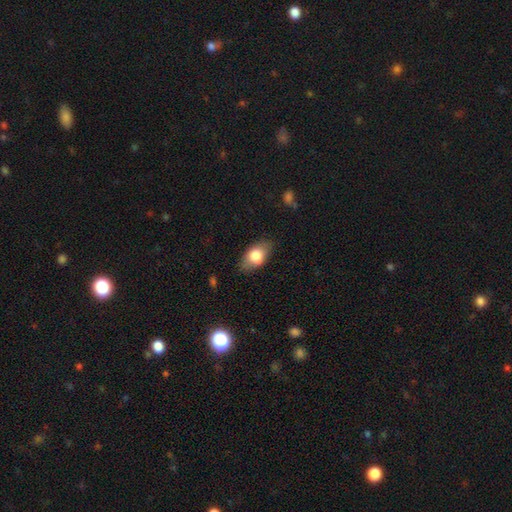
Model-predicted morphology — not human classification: A smooth galaxy with no disk features (75%) that is in between round and cigar-shaped (88%).

Vote fractions:
- Smooth or featured? smooth: 75% / featured or disk: 18% / star or artifact: 7%
- How rounded? in between: 88% / round: 9% / cigar-shaped: 3%
- Merging? none: 76% / minor disturbance: 18% / major disturbance: 5% / merger: 1%